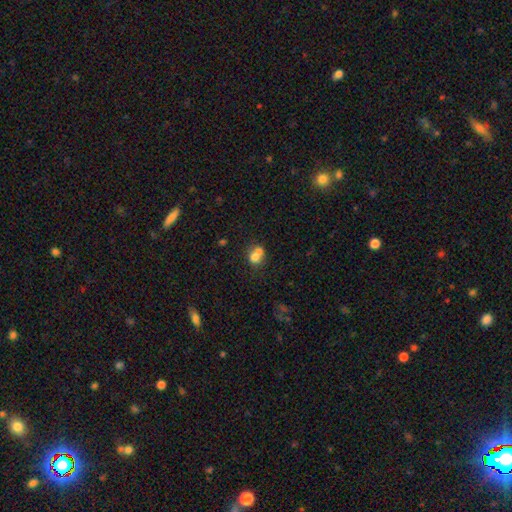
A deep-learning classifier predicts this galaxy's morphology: A smooth galaxy with no disk features (70%) that is round (75%). Merging: merger (61%).